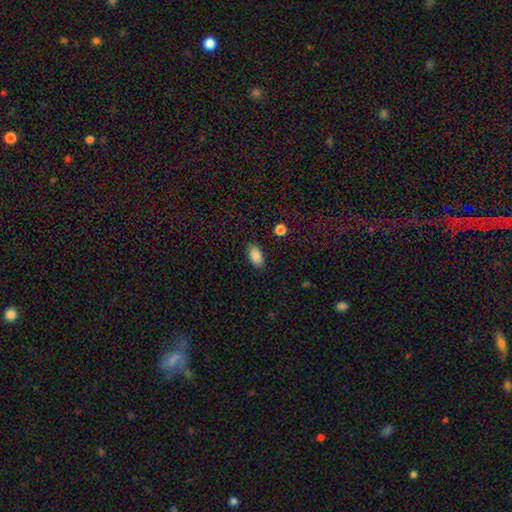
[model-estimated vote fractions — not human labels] smooth-or-featured: smooth: 88% | star or artifact: 8% | featured or disk: 4%
  how-rounded: in between: 93% | cigar-shaped: 4% | round: 3%
  merging: none: 87% | minor disturbance: 9% | major disturbance: 2% | merger: 1%